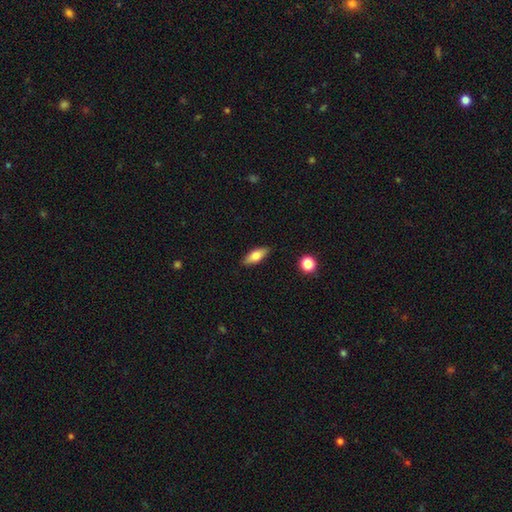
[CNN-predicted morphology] smooth 72%, featured or disk 21%, star or artifact 7%. Down the decision tree: how rounded — in between (72%); merging — none (86%).